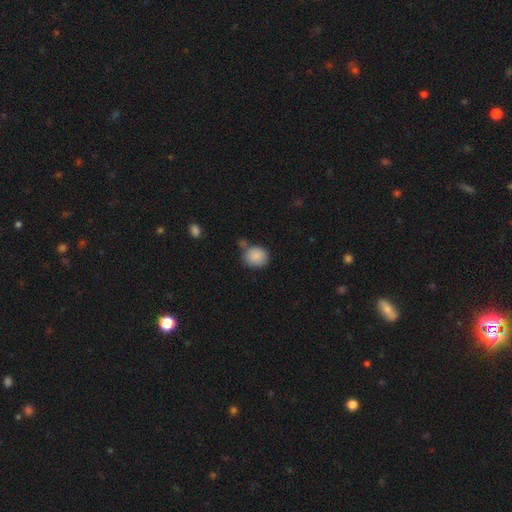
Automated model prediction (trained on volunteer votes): smooth-or-featured: smooth: 88% | star or artifact: 8% | featured or disk: 4%
  how-rounded: round: 75% | in between: 24% | cigar-shaped: 1%
  merging: none: 68% | minor disturbance: 15% | merger: 13% | major disturbance: 4%